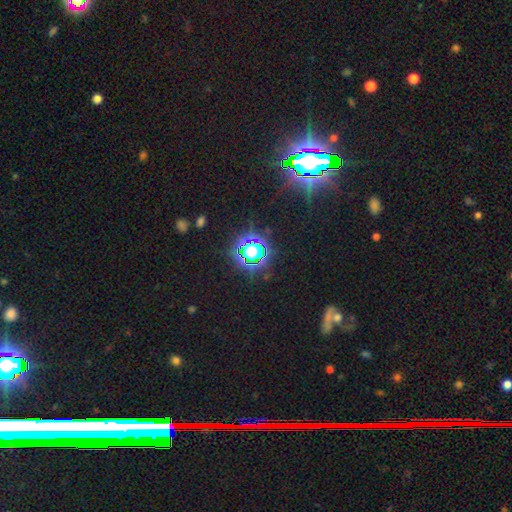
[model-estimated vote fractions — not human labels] The model was most divided on "smooth or featured": star or artifact: 72%, smooth: 18%, featured or disk: 9%.